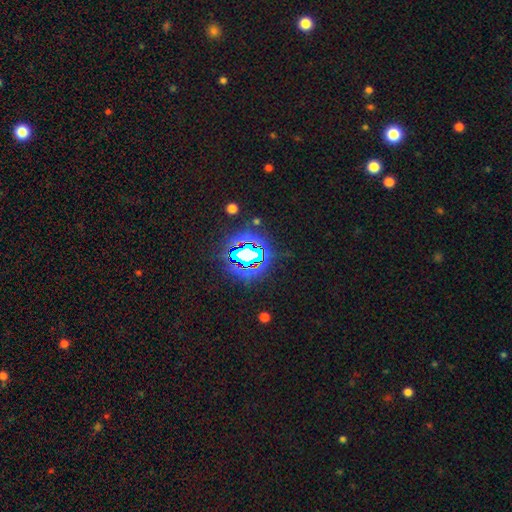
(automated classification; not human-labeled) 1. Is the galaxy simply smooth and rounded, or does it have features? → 83% star or artifact, 11% smooth, 7% featured or disk.